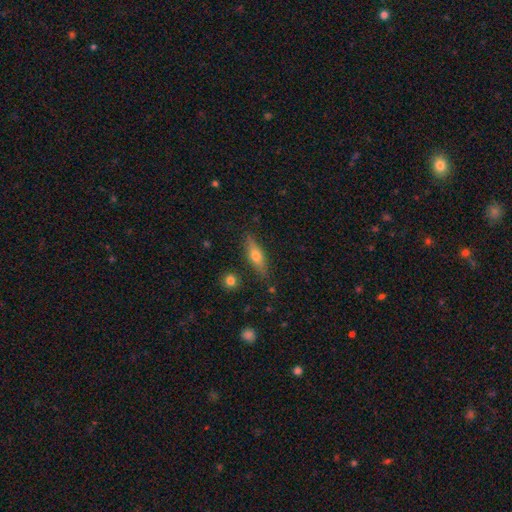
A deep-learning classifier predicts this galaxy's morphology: Overall: smooth (46%, tied with featured or disk). Merging: none (85%).